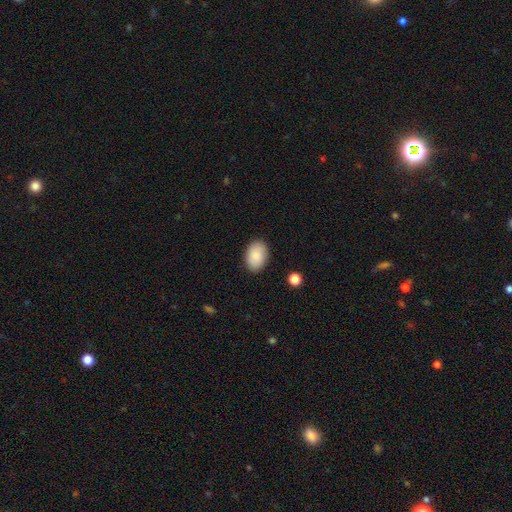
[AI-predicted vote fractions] This is clearly a smooth galaxy (87%). How rounded: clearly in between (85%). Merging: clearly none (86%).